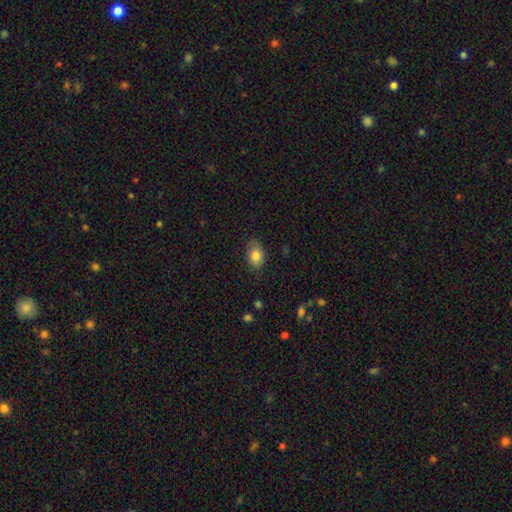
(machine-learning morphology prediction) Smooth or featured?
  - smooth: 83% *
  - featured or disk: 9%
  - star or artifact: 8%
How rounded?
  - in between: 85% *
  - round: 14%
  - cigar-shaped: 1%
Merging?
  - none: 79% *
  - minor disturbance: 17%
  - major disturbance: 3%
  - merger: 1%